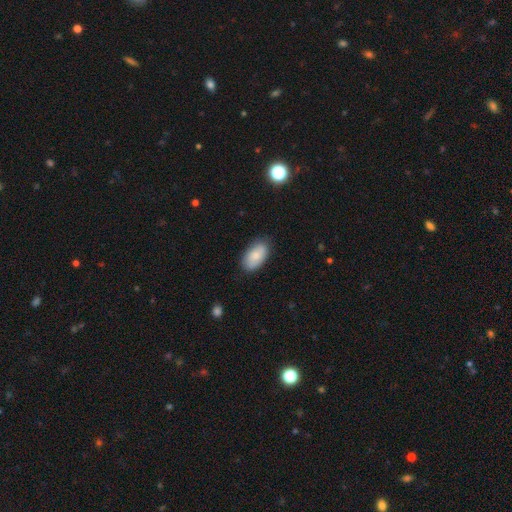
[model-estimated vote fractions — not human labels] A smooth galaxy with no disk features (79%) that is in between round and cigar-shaped (94%).

Vote fractions:
- Smooth or featured? smooth: 79% / featured or disk: 15% / star or artifact: 6%
- How rounded? in between: 94% / round: 4% / cigar-shaped: 2%
- Merging? none: 80% / minor disturbance: 16% / major disturbance: 3% / merger: 1%